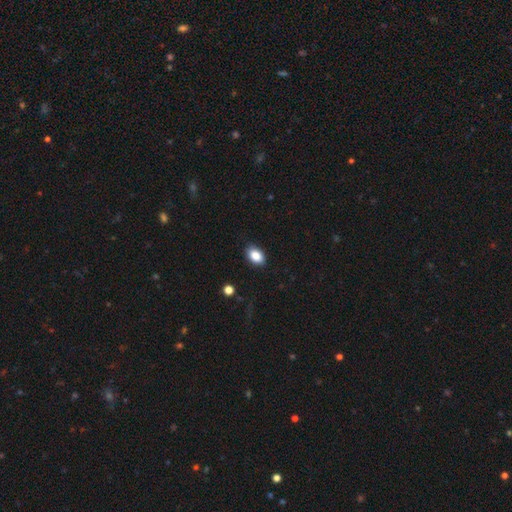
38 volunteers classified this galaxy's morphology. A smooth galaxy with no disk features (92%) that is in between round and cigar-shaped (86%).

Vote fractions:
- Smooth or featured? smooth: 92% / star or artifact: 8% / featured or disk: 0%
- How rounded? in between: 86% / round: 11% / cigar-shaped: 3%
- Merging? none: 86% / major disturbance: 9% / minor disturbance: 6% / merger: 0%